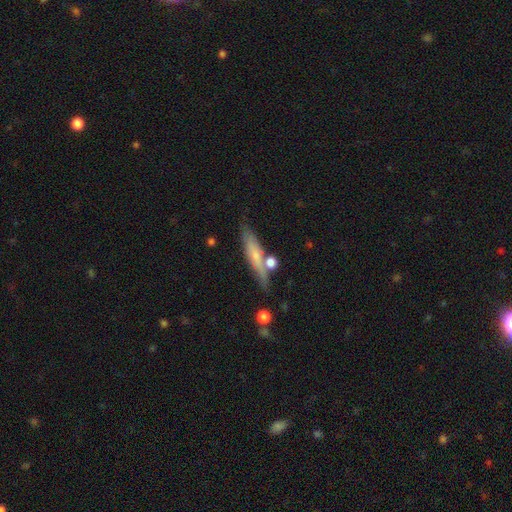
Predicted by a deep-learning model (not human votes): A smooth galaxy with no disk features (54%) that is cigar-shaped (80%). Merging: none (71%).